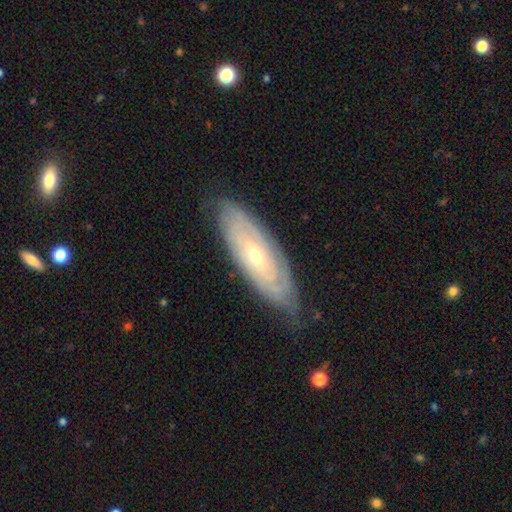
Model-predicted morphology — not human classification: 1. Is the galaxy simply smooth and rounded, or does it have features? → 74% featured or disk, 20% smooth, 6% star or artifact.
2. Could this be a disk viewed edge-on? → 83% no, 17% yes.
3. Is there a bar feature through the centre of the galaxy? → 72% no, 22% weak, 6% strong.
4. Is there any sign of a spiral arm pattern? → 84% yes, 16% no.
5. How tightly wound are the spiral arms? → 79% tight, 16% medium, 5% loose.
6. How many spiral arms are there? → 62% can't tell, 17% 2, 8% 3, 6% 4, 4% more than 4, 3% 1.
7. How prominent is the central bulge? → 53% small, 44% moderate, 1% large, 1% none, 1% dominant.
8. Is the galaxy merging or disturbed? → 77% none, 18% minor disturbance, 4% major disturbance, 1% merger.